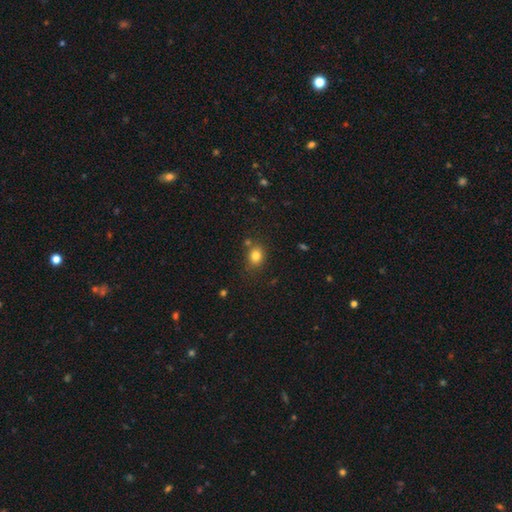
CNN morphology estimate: type=smooth (81%); roundness=round (55%); merging=none (74%).